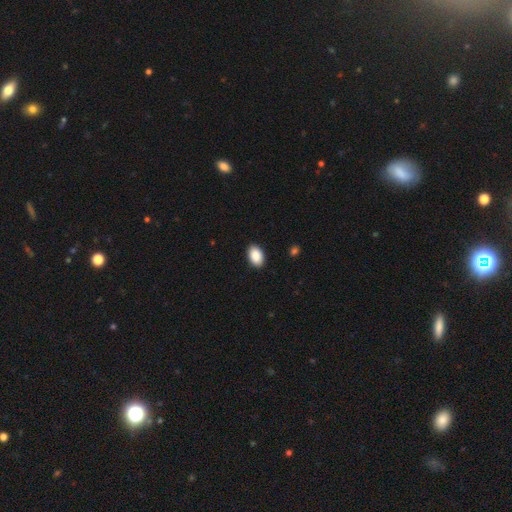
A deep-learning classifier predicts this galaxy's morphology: The model was most divided on "merging": none: 90%, minor disturbance: 7%, major disturbance: 2%, merger: 1%. More confident: how rounded — in between (92%); smooth or featured — smooth (91%).